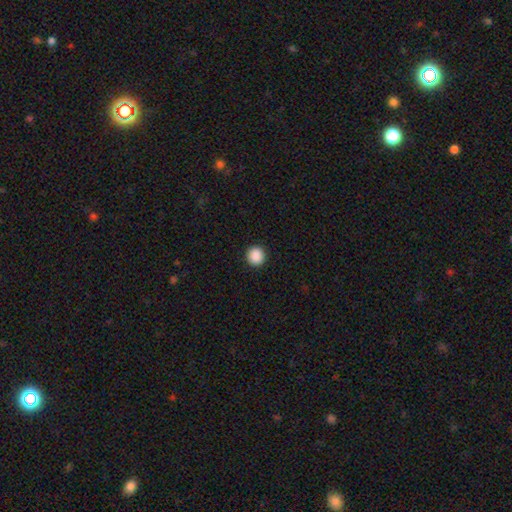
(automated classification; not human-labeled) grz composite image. It shows a smooth galaxy with no disk features (89%) that is round (95%). Merging: none (93%).